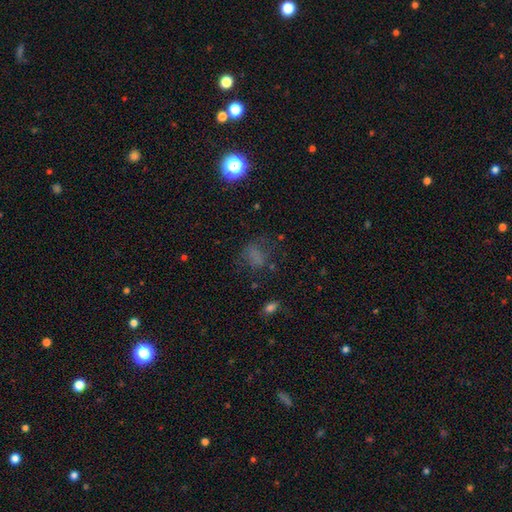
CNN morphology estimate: smooth 60%, star or artifact 26%, featured or disk 14%. Down the decision tree: how rounded — in between (50%); merging — none (56%).